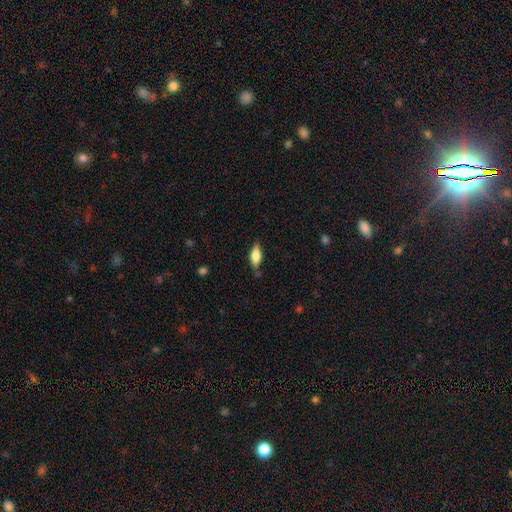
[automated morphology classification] The model was most divided on "how rounded": in between: 69%, cigar-shaped: 28%, round: 3%. More confident: merging — none (78%); smooth or featured — smooth (68%).